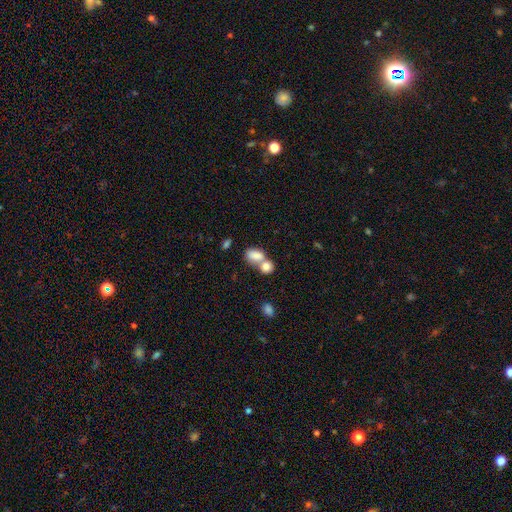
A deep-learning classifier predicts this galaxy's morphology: smooth_or_featured: smooth (p=0.82) [alt: featured or disk p=0.10]
how_rounded: in between (p=0.80) [alt: round p=0.18]
merging: merger (p=0.63) [alt: none p=0.25]